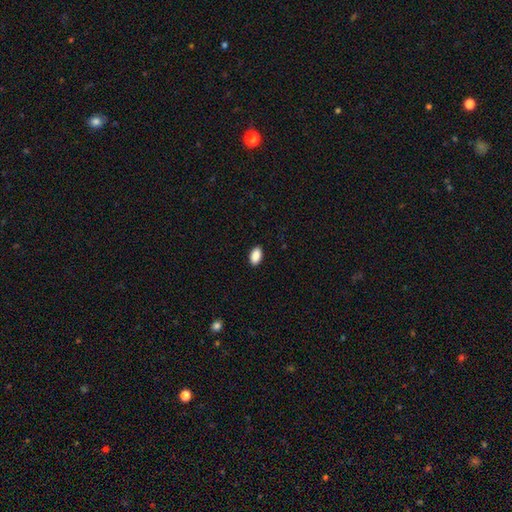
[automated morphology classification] smooth-or-featured: smooth: 90% | star or artifact: 7% | featured or disk: 3%
  how-rounded: in between: 93% | round: 4% | cigar-shaped: 2%
  merging: none: 90% | minor disturbance: 8% | major disturbance: 2% | merger: 1%